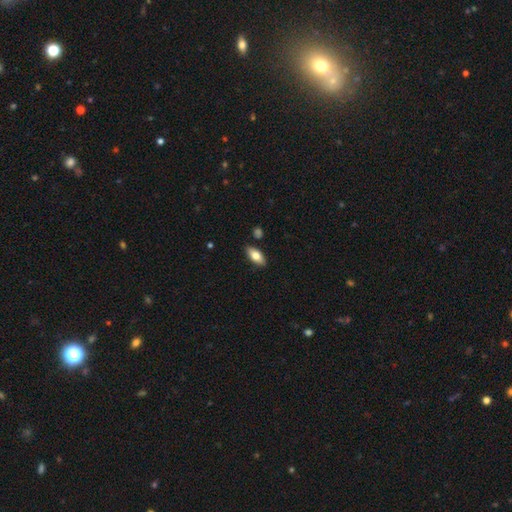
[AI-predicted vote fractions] Smooth or featured: smooth — 73% (featured or disk — 21%)
How rounded: in between — 85% (cigar-shaped — 13%)
Merging: none — 87% (minor disturbance — 9%)